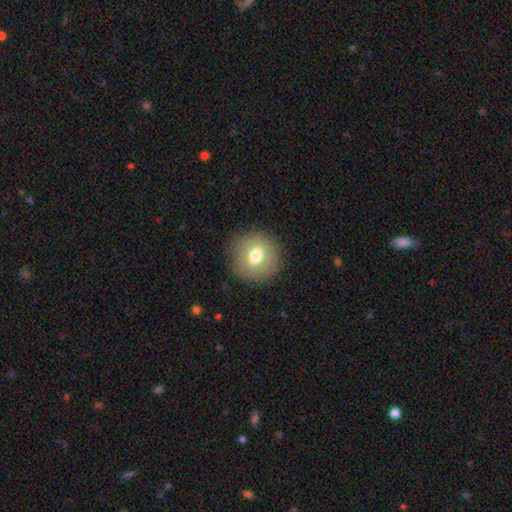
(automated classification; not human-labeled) Q: Smooth or featured?
A: smooth (69%); runner-up: featured or disk (22%)
Q: How rounded?
A: round (87%); runner-up: in between (12%)
Q: Merging?
A: none (87%); runner-up: minor disturbance (9%)